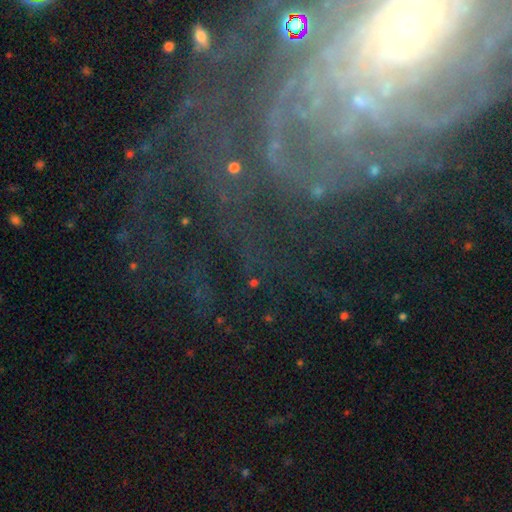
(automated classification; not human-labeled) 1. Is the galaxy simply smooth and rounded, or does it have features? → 72% featured or disk, 18% star or artifact, 10% smooth.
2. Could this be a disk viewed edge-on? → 95% no, 5% yes.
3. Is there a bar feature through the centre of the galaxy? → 55% no, 28% weak, 17% strong.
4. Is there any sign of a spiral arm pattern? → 89% yes, 11% no.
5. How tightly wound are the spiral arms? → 63% tight, 26% medium, 11% loose.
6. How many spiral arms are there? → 33% can't tell, 16% 2, 14% 3, 14% more than 4, 13% 4, 11% 1.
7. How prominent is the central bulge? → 68% small, 15% moderate, 12% none, 3% large, 2% dominant.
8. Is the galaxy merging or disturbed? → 62% none, 18% major disturbance, 15% minor disturbance, 4% merger.